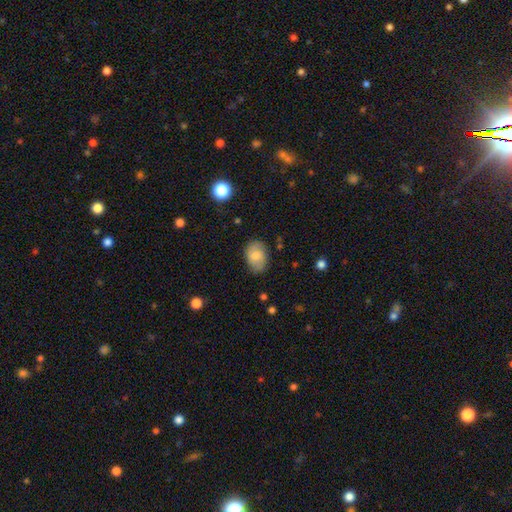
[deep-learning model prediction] The model was most divided on "smooth or featured": smooth: 76%, featured or disk: 17%, star or artifact: 7%. More confident: how rounded — in between (83%); merging — none (79%).